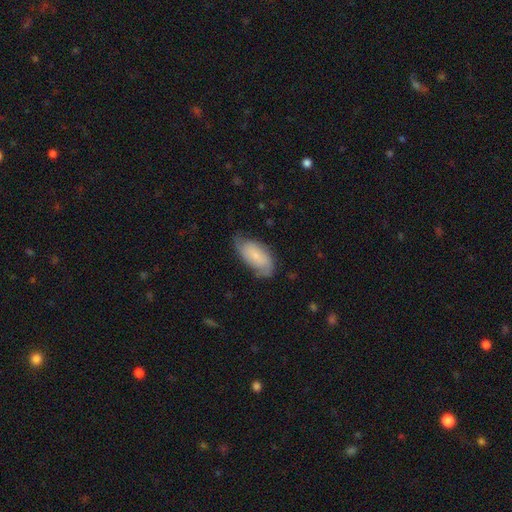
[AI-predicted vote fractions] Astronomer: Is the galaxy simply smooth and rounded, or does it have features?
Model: smooth — 52% (runner-up: featured or disk, 42%).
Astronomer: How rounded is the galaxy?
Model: in between — 92%.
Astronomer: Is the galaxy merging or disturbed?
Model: none — 60%.